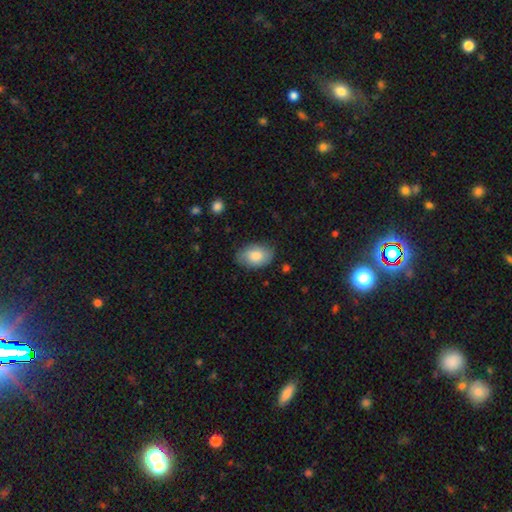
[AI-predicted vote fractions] A smooth galaxy with no disk features (81%) that is in between round and cigar-shaped (88%). Merging: none (77%).